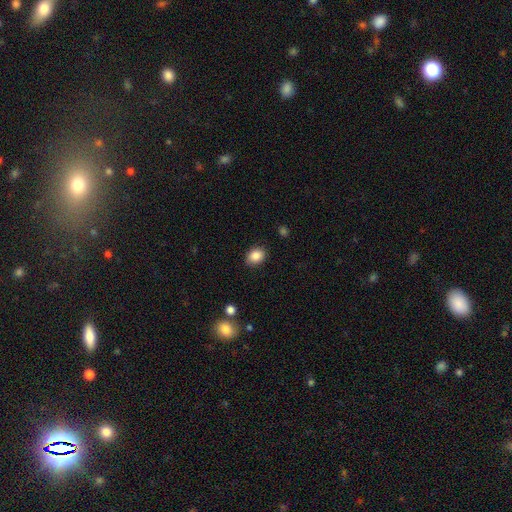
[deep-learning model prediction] This appears to be a smooth galaxy with no disk features (86%) that is in between round and cigar-shaped (59%). Merging: none (85%).